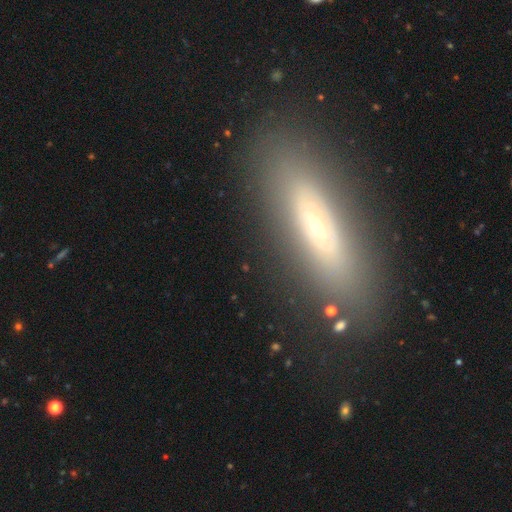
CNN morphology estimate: Smooth or featured? Predicted: smooth (p=0.49). Merging? Predicted: none (p=0.85).